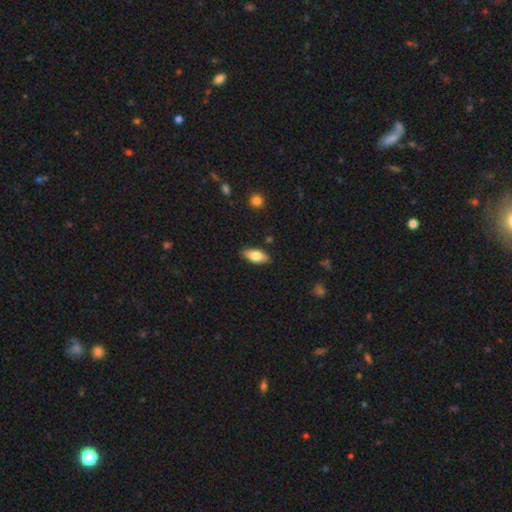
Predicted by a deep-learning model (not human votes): This appears to be a smooth galaxy with no disk features (77%) that is in between round and cigar-shaped (88%). Merging: none (86%).